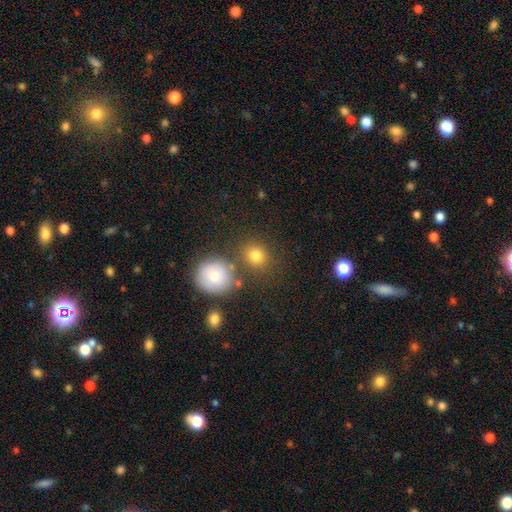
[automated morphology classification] smooth-or-featured: smooth: 79% | star or artifact: 14% | featured or disk: 7%
  how-rounded: round: 75% | in between: 24% | cigar-shaped: 1%
  merging: none: 75% | merger: 11% | minor disturbance: 10% | major disturbance: 4%